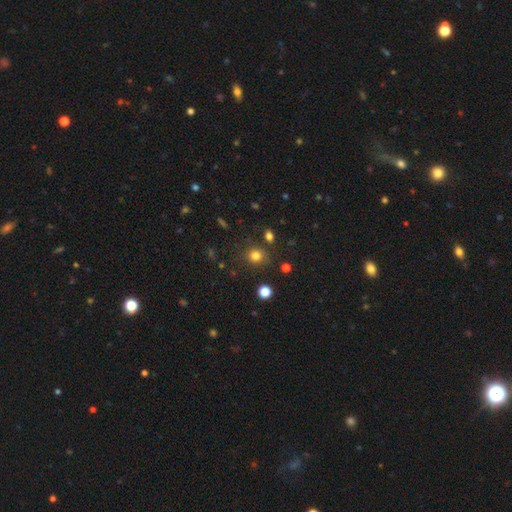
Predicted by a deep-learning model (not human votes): Smooth or featured? Predicted: smooth (p=0.79). How rounded? Predicted: round (p=0.80). Merging? Predicted: none (p=0.83).